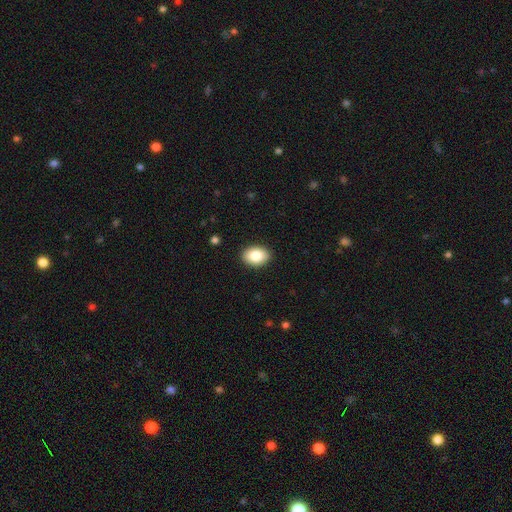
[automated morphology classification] The model was most divided on "how rounded": in between: 82%, round: 17%, cigar-shaped: 1%. More confident: merging — none (91%); smooth or featured — smooth (86%).